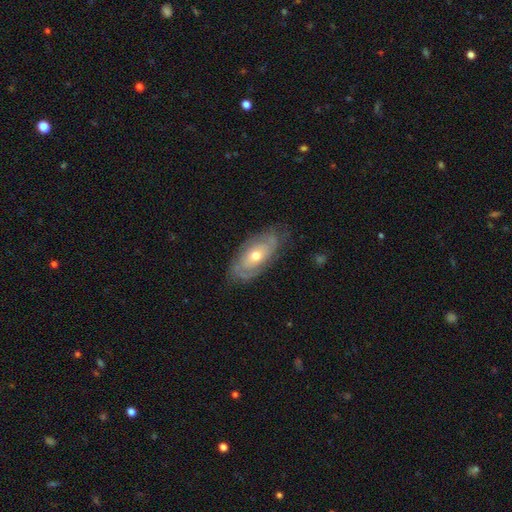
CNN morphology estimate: Smooth or featured?
  - featured or disk: 72% *
  - smooth: 21%
  - star or artifact: 6%
Edge-on disk?
  - no: 88% *
  - yes: 12%
Bar?
  - no: 78% *
  - weak: 17%
  - strong: 5%
Spiral arms?
  - yes: 78% *
  - no: 22%
Bulge size?
  - moderate: 64% *
  - small: 31%
  - large: 3%
  - none: 1%
  - dominant: 1%
Merging?
  - none: 75% *
  - minor disturbance: 18%
  - major disturbance: 5%
  - merger: 1%